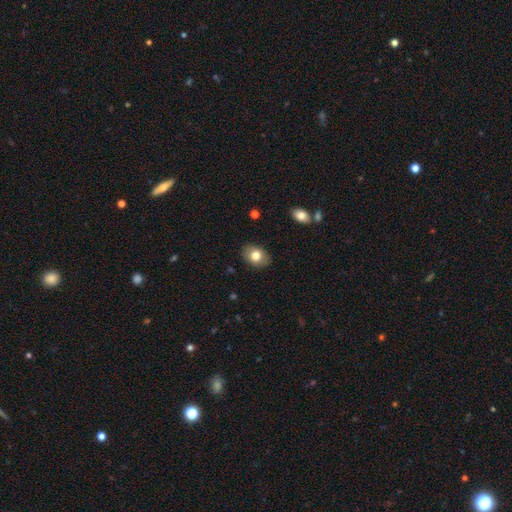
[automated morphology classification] Smooth or featured? smooth (78%)
How rounded? in between (74%)
Merging? none (87%)